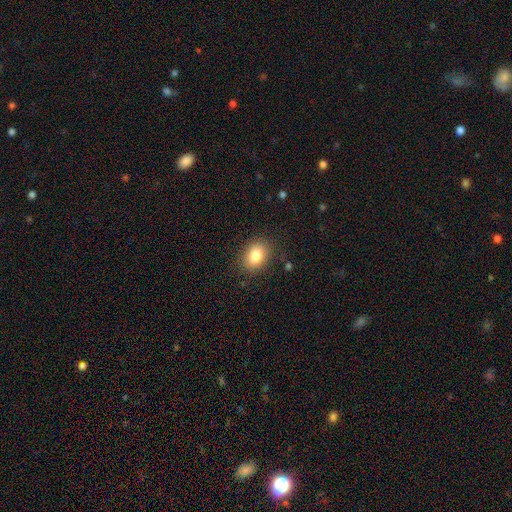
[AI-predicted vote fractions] smooth_or_featured: smooth (p=0.83) [alt: star or artifact p=0.09]
how_rounded: in between (p=0.70) [alt: round p=0.29]
merging: none (p=0.85) [alt: minor disturbance p=0.11]